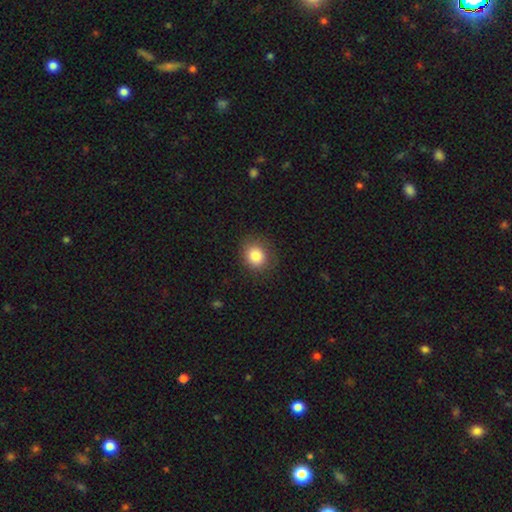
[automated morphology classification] Q: Smooth or featured?
A: smooth (84%); runner-up: star or artifact (9%)
Q: How rounded?
A: round (72%); runner-up: in between (27%)
Q: Merging?
A: none (83%); runner-up: minor disturbance (12%)